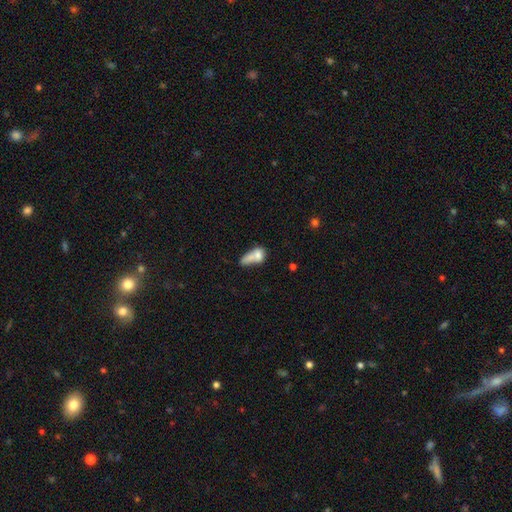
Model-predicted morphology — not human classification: A smooth galaxy with no disk features (67%) that is in between round and cigar-shaped (68%).

Vote fractions:
- Smooth or featured? smooth: 67% / featured or disk: 23% / star or artifact: 10%
- How rounded? in between: 68% / round: 16% / cigar-shaped: 16%
- Merging? merger: 51% / none: 19% / major disturbance: 16% / minor disturbance: 14%